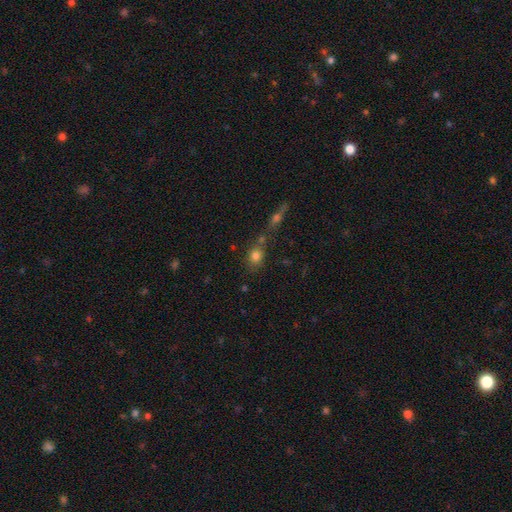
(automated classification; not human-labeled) smooth 78%, star or artifact 12%, featured or disk 10%. Down the decision tree: how rounded — round (58%); merging — none (50%).